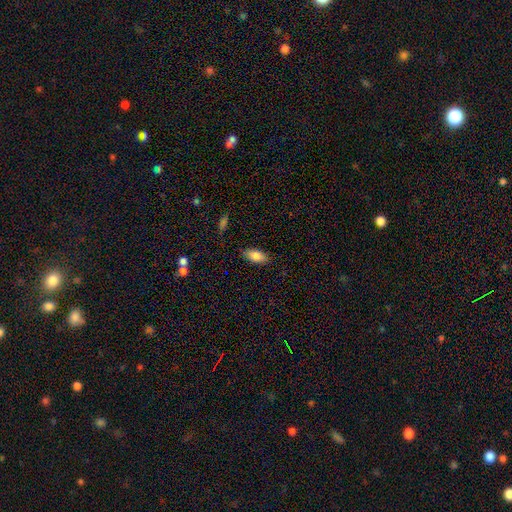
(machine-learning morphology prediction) Smooth or featured? Predicted: smooth (p=0.84). How rounded? Predicted: in between (p=0.89). Merging? Predicted: none (p=0.85).